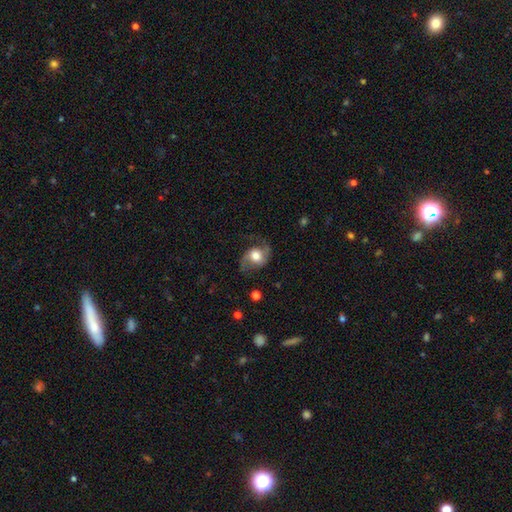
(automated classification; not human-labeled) This appears to be a featured or disk galaxy (65%) with no bar (64%), 2 (87%) loose (53%) spiral arms (90%) and a moderate central bulge (53%). Merging: none (63%).